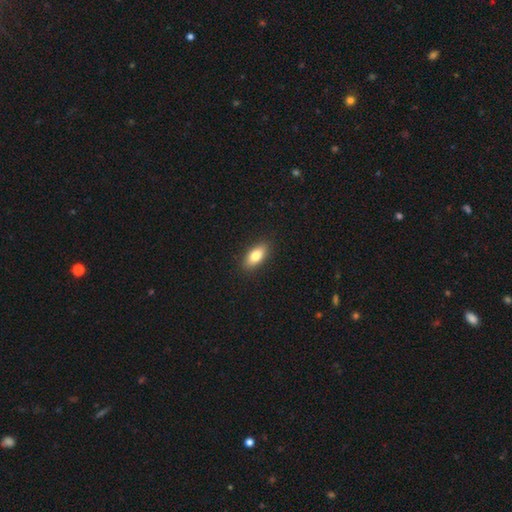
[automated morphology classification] smooth_or_featured: smooth (p=0.78) [alt: featured or disk p=0.16]
how_rounded: in between (p=0.83) [alt: cigar-shaped p=0.13]
merging: none (p=0.90) [alt: minor disturbance p=0.08]